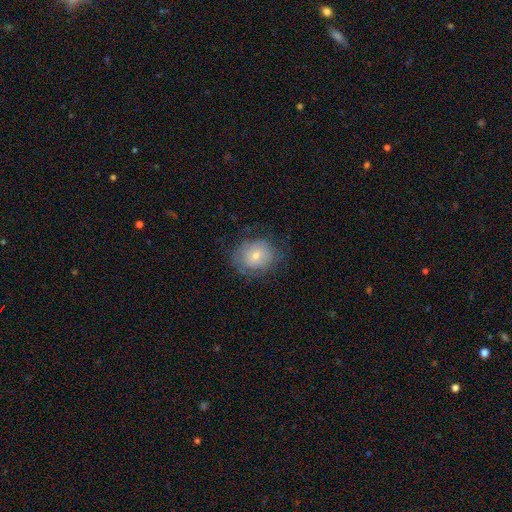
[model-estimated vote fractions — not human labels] Q: Smooth or featured?
A: smooth (61%); runner-up: featured or disk (30%)
Q: How rounded?
A: round (64%); runner-up: in between (35%)
Q: Merging?
A: none (68%); runner-up: minor disturbance (21%)